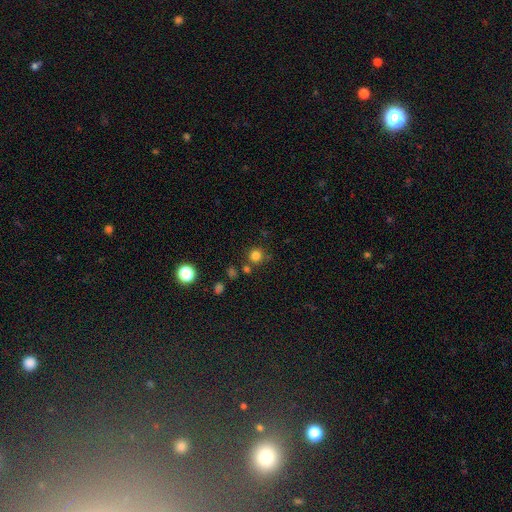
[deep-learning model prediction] smooth_or_featured: smooth (p=0.79) [alt: star or artifact p=0.16]
how_rounded: round (p=0.94) [alt: in between p=0.05]
merging: none (p=0.79) [alt: merger p=0.09]